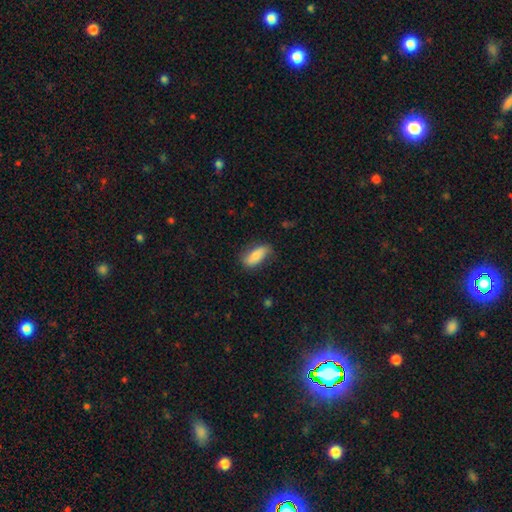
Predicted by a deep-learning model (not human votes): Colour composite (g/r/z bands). It shows a smooth galaxy with no disk features (73%) that is in between round and cigar-shaped (82%). Merging: none (66%).